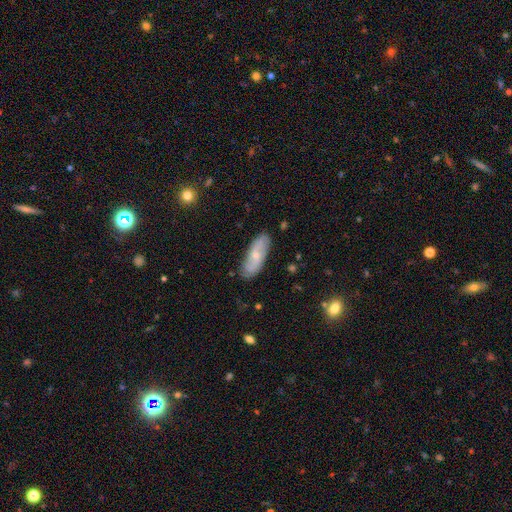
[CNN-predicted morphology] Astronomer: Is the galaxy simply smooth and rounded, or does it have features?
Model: featured or disk — 49% (runner-up: smooth, 45%).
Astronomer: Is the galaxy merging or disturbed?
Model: none — 81%.